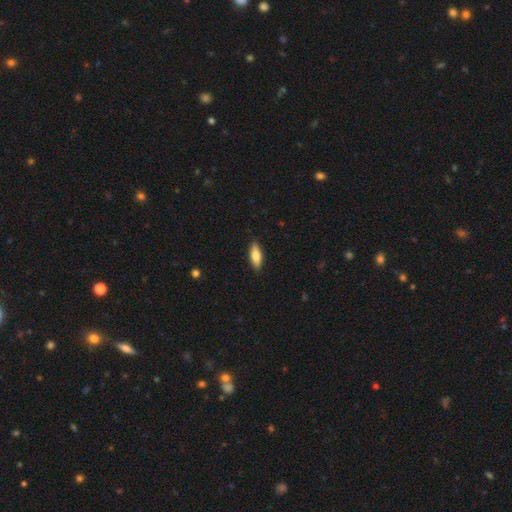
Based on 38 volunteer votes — smooth_or_featured: smooth (p=0.74) [alt: featured or disk p=0.21]
how_rounded: cigar-shaped (p=0.68) [alt: in between p=0.29]
merging: none (p=0.83) [alt: minor disturbance p=0.08]